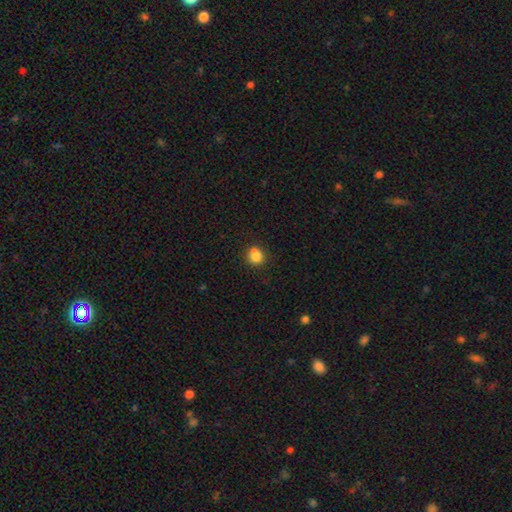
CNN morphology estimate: A smooth galaxy with no disk features (83%) that is round (72%).

Vote fractions:
- Smooth or featured? smooth: 83% / star or artifact: 11% / featured or disk: 6%
- How rounded? round: 72% / in between: 27% / cigar-shaped: 1%
- Merging? none: 71% / minor disturbance: 18% / merger: 7% / major disturbance: 4%